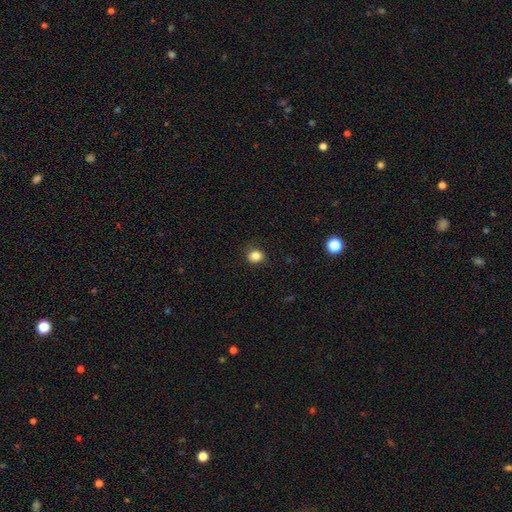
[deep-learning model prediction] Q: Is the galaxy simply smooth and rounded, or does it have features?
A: smooth — 83%.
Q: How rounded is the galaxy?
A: round — 77%.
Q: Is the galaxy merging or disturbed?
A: none — 83%.